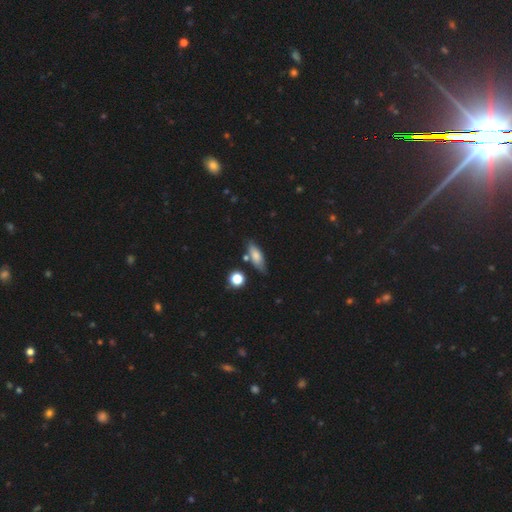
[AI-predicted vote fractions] Morphology: type=smooth (71%); roundness=in between (56%); merging=none (71%).